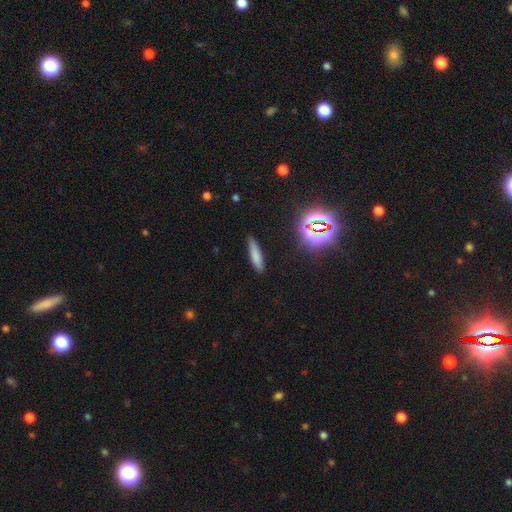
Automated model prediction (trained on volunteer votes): A smooth galaxy with no disk features (74%) that is cigar-shaped (77%). Merging: none (86%).